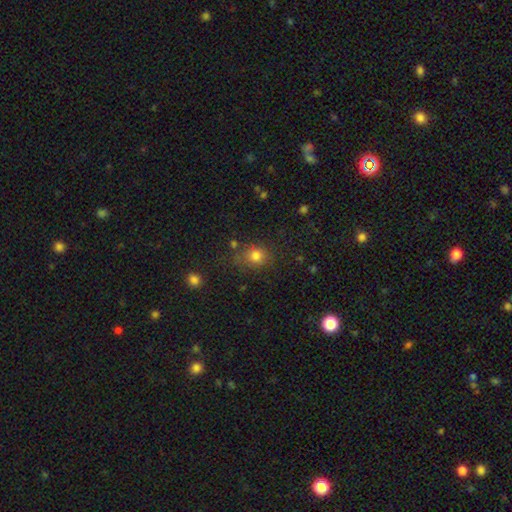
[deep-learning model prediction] The model was most divided on "how rounded": round: 68%, in between: 31%, cigar-shaped: 1%. More confident: smooth or featured — smooth (79%); merging — none (71%).